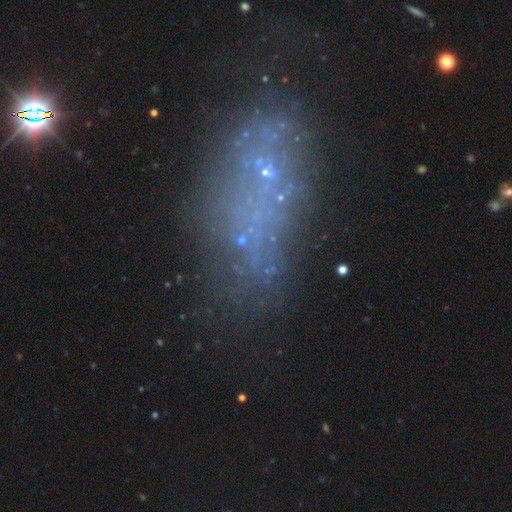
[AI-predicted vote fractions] A star or artifact, not a galaxy (39%).